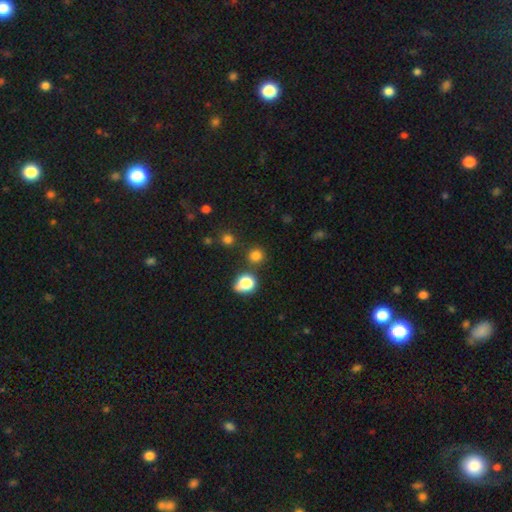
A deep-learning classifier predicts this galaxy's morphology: smooth 76%, star or artifact 19%, featured or disk 5%. Down the decision tree: how rounded — round (91%); merging — none (83%).